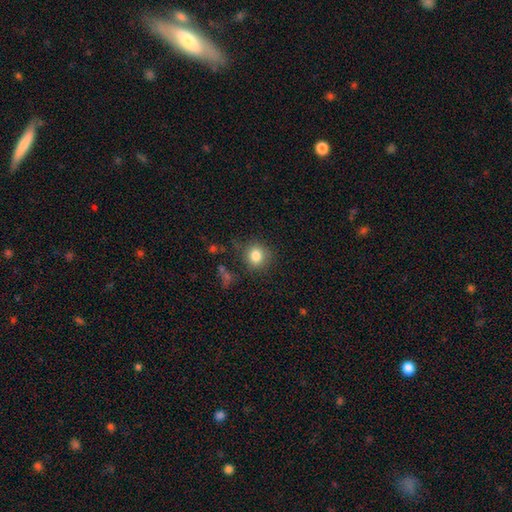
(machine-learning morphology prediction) Q: Smooth or featured?
A: smooth (83%); runner-up: star or artifact (11%)
Q: How rounded?
A: round (80%); runner-up: in between (19%)
Q: Merging?
A: none (80%); runner-up: minor disturbance (13%)